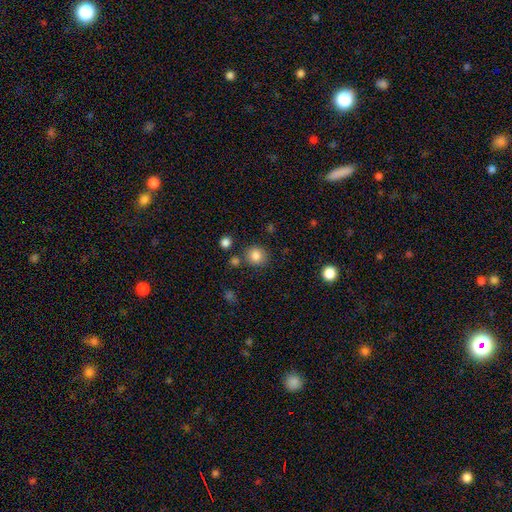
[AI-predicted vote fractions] This appears to be a smooth galaxy with no disk features (84%) that is round (85%). Merging: none (82%).